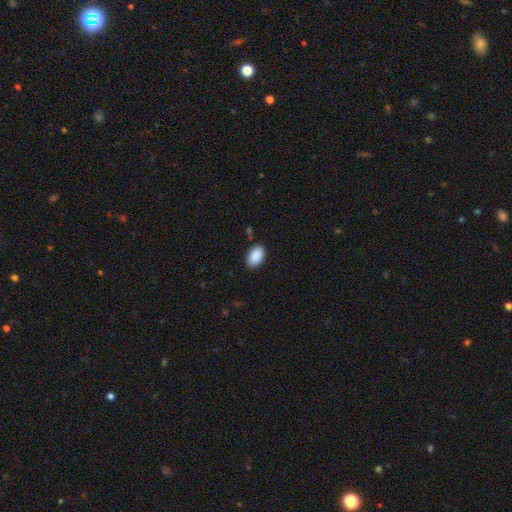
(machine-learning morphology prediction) smooth-or-featured: smooth: 90% | star or artifact: 7% | featured or disk: 3%
  how-rounded: in between: 92% | round: 7% | cigar-shaped: 1%
  merging: none: 86% | minor disturbance: 11% | major disturbance: 2% | merger: 1%